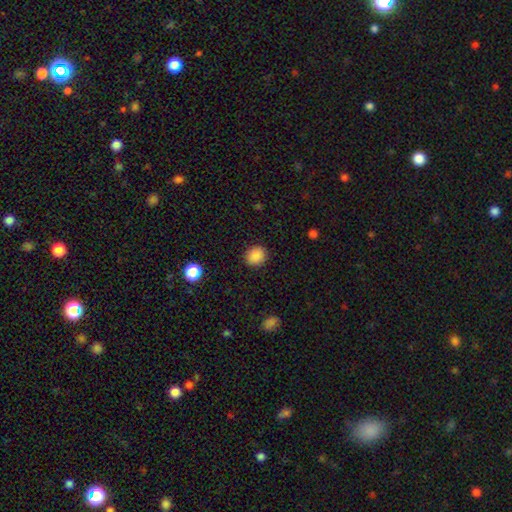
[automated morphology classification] A smooth galaxy with no disk features (88%) that is round (77%). Merging: none (90%).